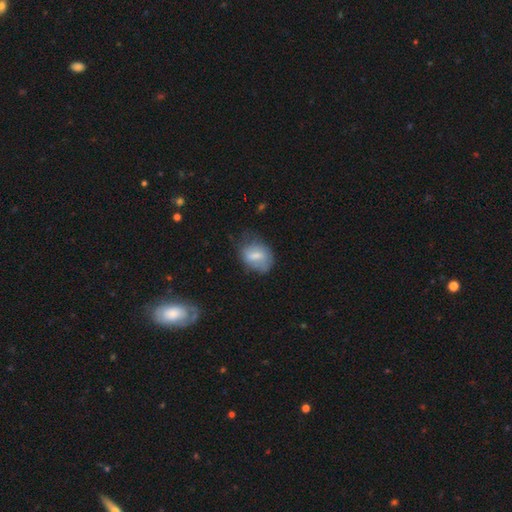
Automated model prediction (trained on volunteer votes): Q: Smooth or featured?
A: smooth (65%); runner-up: featured or disk (27%)
Q: How rounded?
A: in between (67%); runner-up: round (31%)
Q: Merging?
A: none (50%); runner-up: minor disturbance (33%)